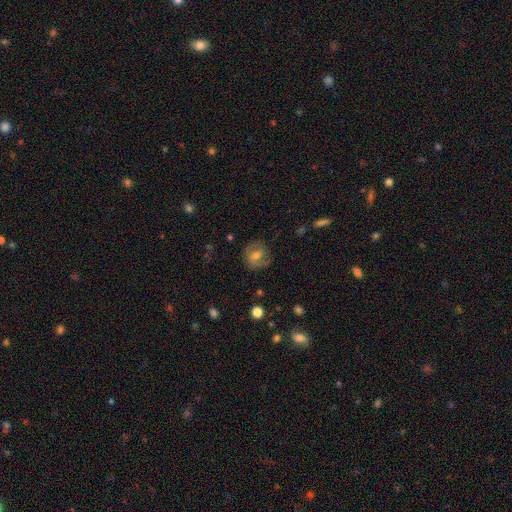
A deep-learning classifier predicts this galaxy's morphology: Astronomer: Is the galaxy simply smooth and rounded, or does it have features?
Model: featured or disk — 47% (runner-up: smooth, 43%).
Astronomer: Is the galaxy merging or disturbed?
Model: none — 75%.